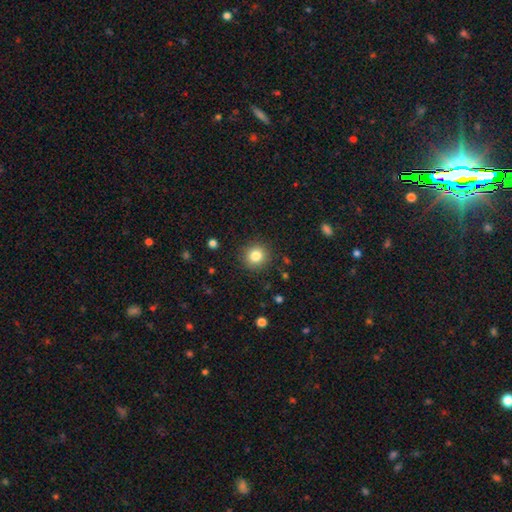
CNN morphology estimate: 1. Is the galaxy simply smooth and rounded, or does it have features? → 82% smooth, 11% star or artifact, 7% featured or disk.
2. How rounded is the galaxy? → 90% round, 9% in between, 1% cigar-shaped.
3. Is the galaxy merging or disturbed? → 89% none, 7% minor disturbance, 3% major disturbance, 1% merger.